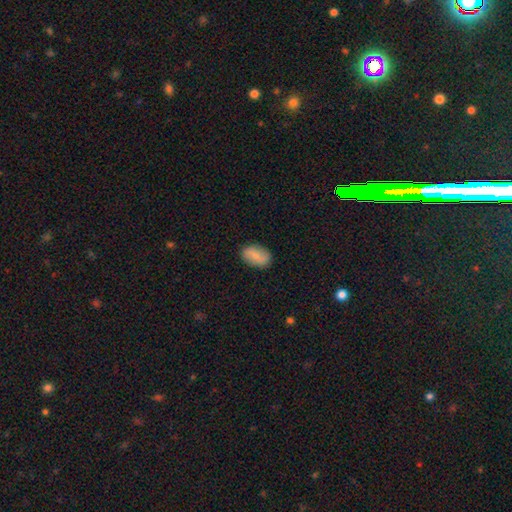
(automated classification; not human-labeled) This is likely a smooth galaxy (76%). How rounded: clearly in between (90%). Merging: clearly none (86%).